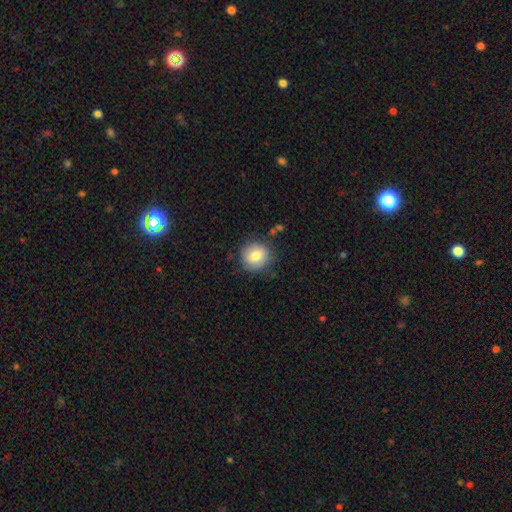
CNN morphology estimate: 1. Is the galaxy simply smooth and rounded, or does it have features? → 78% smooth, 14% featured or disk, 9% star or artifact.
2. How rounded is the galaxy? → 88% round, 11% in between, 1% cigar-shaped.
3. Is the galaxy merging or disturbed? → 83% none, 12% minor disturbance, 3% major disturbance, 2% merger.